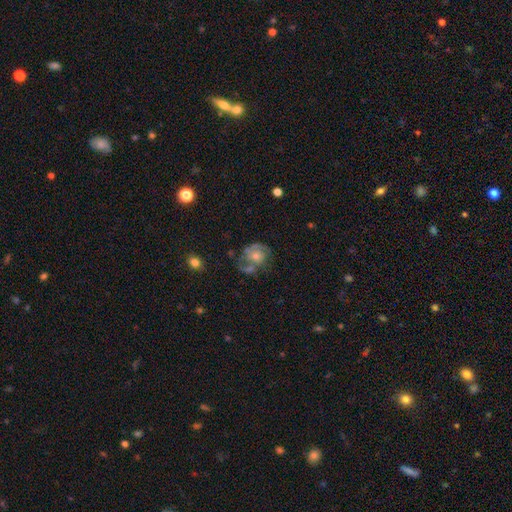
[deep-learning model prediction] Smooth or featured?
  - featured or disk: 69% *
  - smooth: 21%
  - star or artifact: 10%
Edge-on disk?
  - no: 98% *
  - yes: 2%
Bar?
  - no: 79% *
  - weak: 18%
  - strong: 3%
Spiral arms?
  - yes: 81% *
  - no: 19%
Spiral winding?
  - tight: 48% *
  - medium: 39%
  - loose: 14%
Spiral arm count?
  - 2: 47% *
  - can't tell: 27%
  - 1: 10%
  - 3: 10%
  - 4: 3%
  - more than 4: 3%
Bulge size?
  - moderate: 48% *
  - small: 44%
  - large: 4%
  - none: 3%
  - dominant: 1%
Merging?
  - none: 50% *
  - minor disturbance: 20%
  - merger: 15%
  - major disturbance: 15%